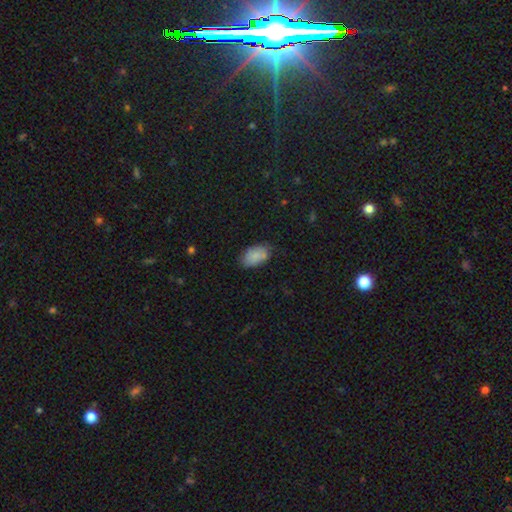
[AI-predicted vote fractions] smooth_or_featured: smooth (p=0.84) [alt: featured or disk p=0.09]
how_rounded: in between (p=0.93) [alt: round p=0.06]
merging: none (p=0.71) [alt: minor disturbance p=0.21]